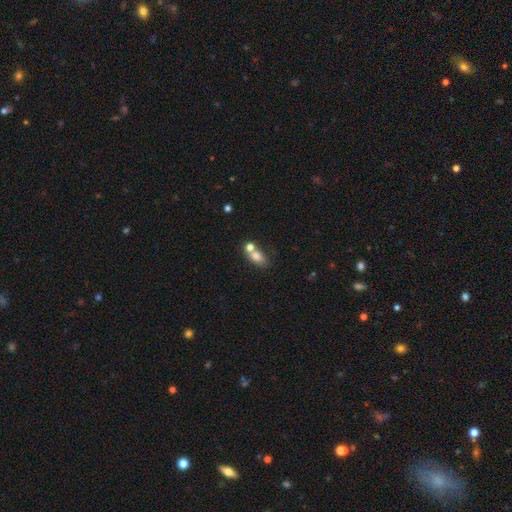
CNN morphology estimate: type=smooth (75%); roundness=in between (73%); merging=merger (45%).